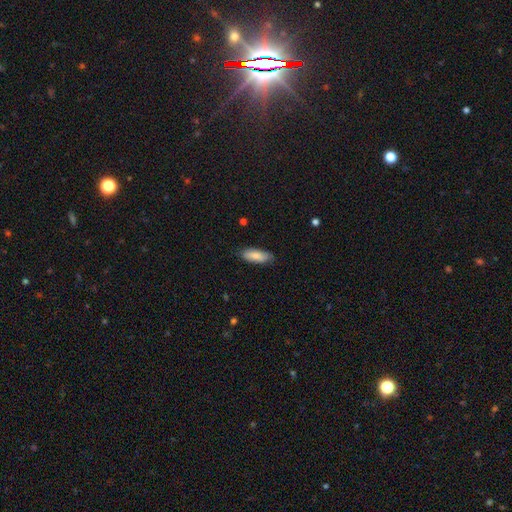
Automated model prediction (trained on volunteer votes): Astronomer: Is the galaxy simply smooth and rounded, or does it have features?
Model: smooth — 84%.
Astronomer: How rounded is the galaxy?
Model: in between — 68%.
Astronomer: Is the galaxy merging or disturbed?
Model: none — 79%.